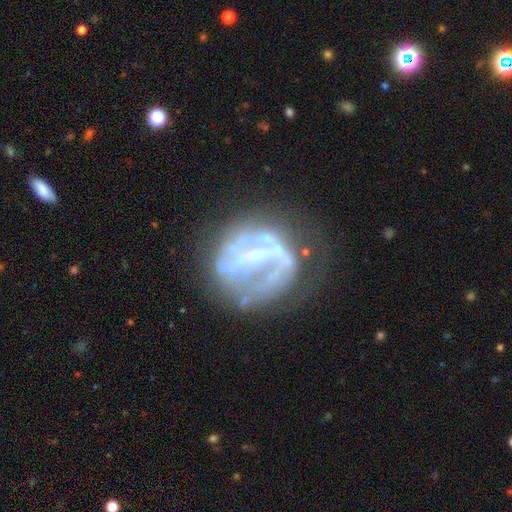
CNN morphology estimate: Smooth or featured?
  - featured or disk: 79% *
  - smooth: 12%
  - star or artifact: 10%
Edge-on disk?
  - no: 97% *
  - yes: 3%
Bar?
  - strong: 47% *
  - weak: 32%
  - no: 21%
Spiral arms?
  - yes: 55% *
  - no: 45%
Bulge size?
  - small: 61% *
  - moderate: 18%
  - none: 18%
  - large: 2%
  - dominant: 1%
Merging?
  - none: 47% *
  - major disturbance: 28%
  - minor disturbance: 21%
  - merger: 4%